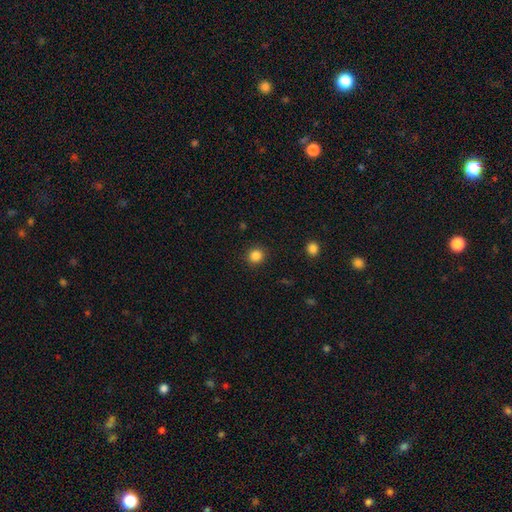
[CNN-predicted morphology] type=smooth (85%); roundness=round (90%); merging=none (91%).